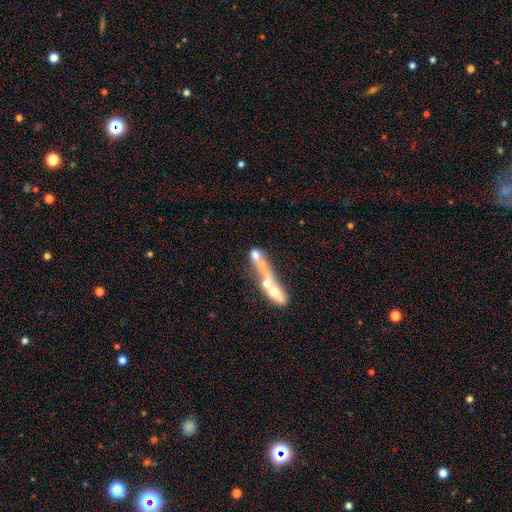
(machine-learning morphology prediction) Smooth or featured? smooth (45%)
Merging? merger (63%)